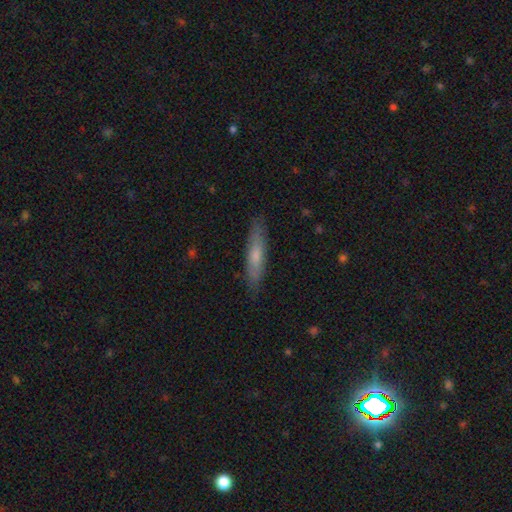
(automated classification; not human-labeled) Q: Smooth or featured?
A: smooth (62%); runner-up: featured or disk (32%)
Q: How rounded?
A: cigar-shaped (85%); runner-up: in between (14%)
Q: Merging?
A: none (86%); runner-up: minor disturbance (11%)